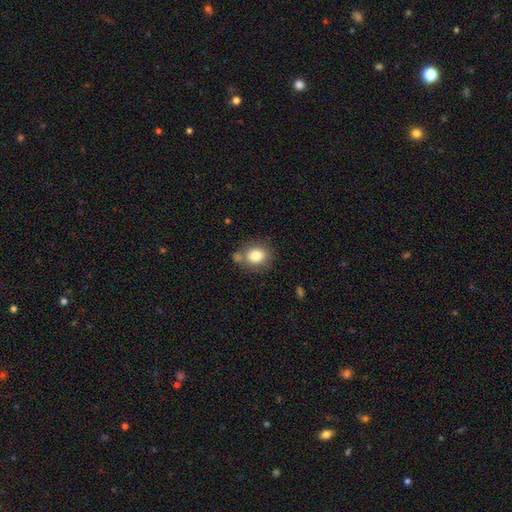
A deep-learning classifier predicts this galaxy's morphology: type=smooth (79%); roundness=round (70%); merging=none (62%).